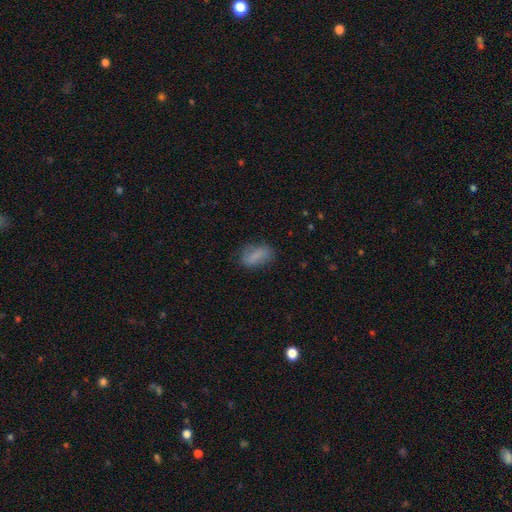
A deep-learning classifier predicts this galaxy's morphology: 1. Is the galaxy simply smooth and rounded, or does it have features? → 79% smooth, 13% featured or disk, 9% star or artifact.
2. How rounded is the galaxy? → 85% in between, 9% cigar-shaped, 6% round.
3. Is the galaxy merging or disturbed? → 69% none, 22% minor disturbance, 7% major disturbance, 2% merger.